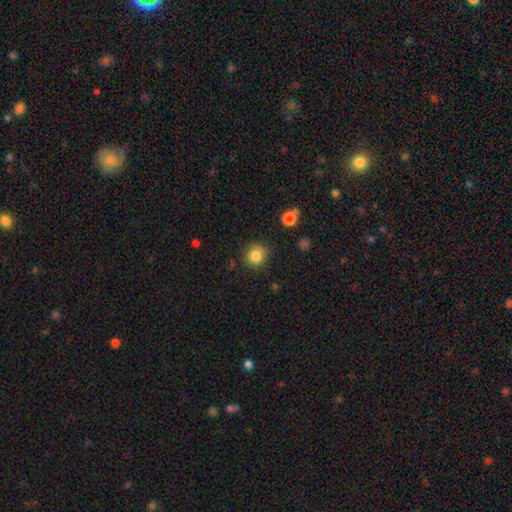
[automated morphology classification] type=smooth (83%); roundness=round (89%); merging=none (82%).